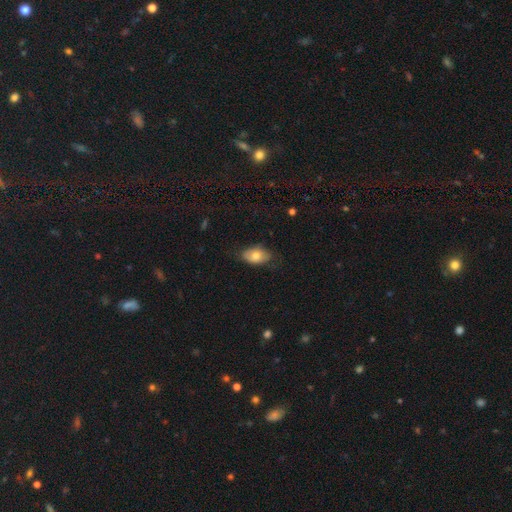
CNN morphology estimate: This appears to be a smooth galaxy with no disk features (70%) that is in between round and cigar-shaped (91%). Merging: none (69%).